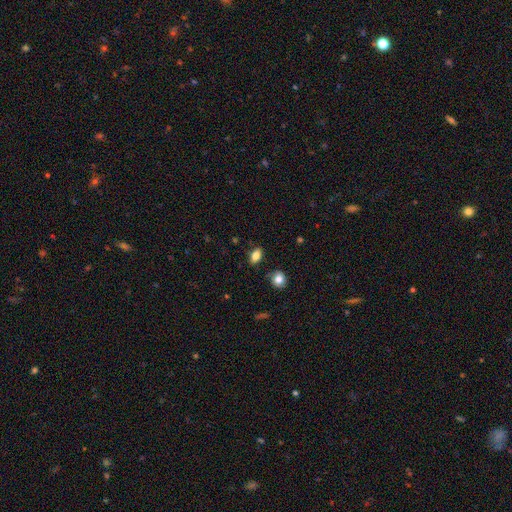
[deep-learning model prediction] Smooth or featured?
  - smooth: 80% *
  - featured or disk: 11%
  - star or artifact: 9%
How rounded?
  - in between: 86% *
  - round: 9%
  - cigar-shaped: 5%
Merging?
  - none: 83% *
  - minor disturbance: 12%
  - merger: 3%
  - major disturbance: 3%